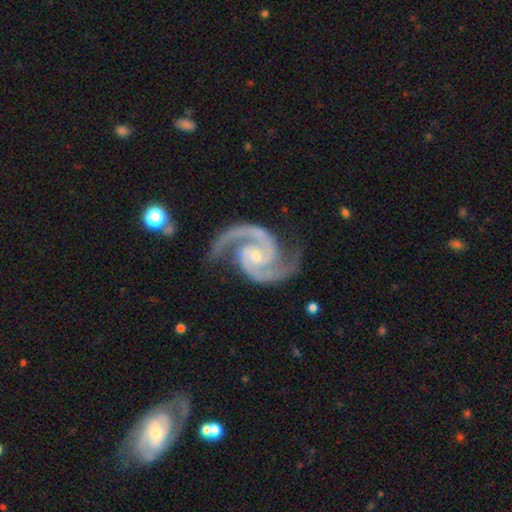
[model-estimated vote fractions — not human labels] Smooth or featured?
  - featured or disk: 95% *
  - star or artifact: 3%
  - smooth: 2%
Edge-on disk?
  - no: 98% *
  - yes: 2%
Bar?
  - no: 59% *
  - weak: 30%
  - strong: 10%
Spiral arms?
  - yes: 99% *
  - no: 1%
Spiral winding?
  - medium: 62% *
  - tight: 30%
  - loose: 8%
Spiral arm count?
  - 2: 93% *
  - 3: 3%
  - can't tell: 1%
  - 1: 1%
  - 4: 1%
  - more than 4: 1%
Bulge size?
  - small: 65% *
  - moderate: 30%
  - none: 3%
  - large: 1%
  - dominant: 1%
Merging?
  - none: 79% *
  - minor disturbance: 15%
  - major disturbance: 5%
  - merger: 2%